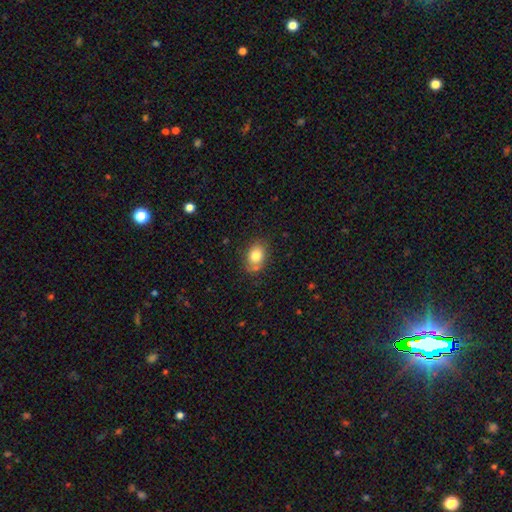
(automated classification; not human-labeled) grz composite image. It shows a smooth galaxy with no disk features (79%) that is in between round and cigar-shaped (68%). Merging: none (71%).